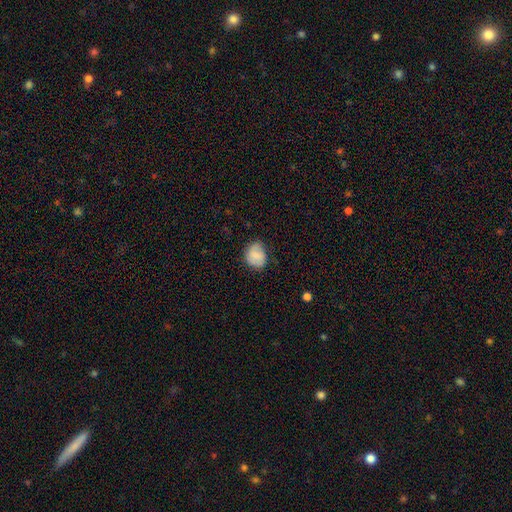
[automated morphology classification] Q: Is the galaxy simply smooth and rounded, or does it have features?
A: smooth — 74%.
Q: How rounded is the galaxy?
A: round — 59%.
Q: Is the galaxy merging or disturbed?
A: none — 66%.